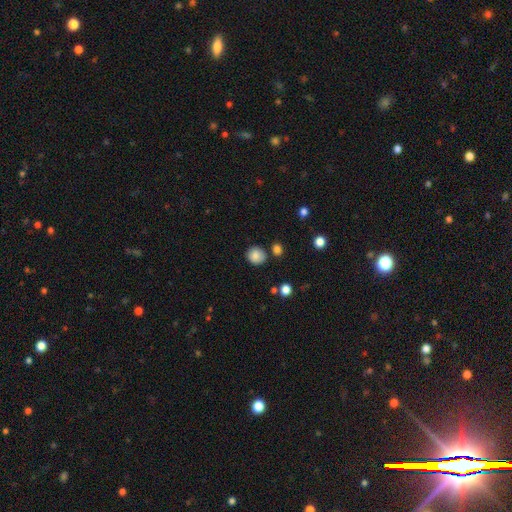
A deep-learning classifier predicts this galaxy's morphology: This appears to be a smooth galaxy with no disk features (85%) that is round (86%). Merging: none (81%).